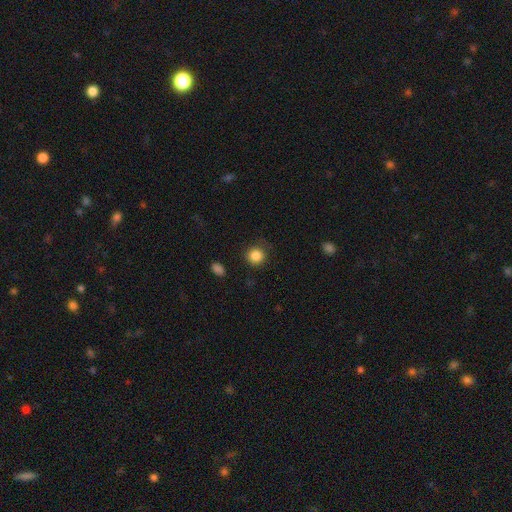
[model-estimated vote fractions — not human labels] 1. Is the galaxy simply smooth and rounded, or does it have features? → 86% smooth, 10% star or artifact, 4% featured or disk.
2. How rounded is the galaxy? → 93% round, 6% in between, 1% cigar-shaped.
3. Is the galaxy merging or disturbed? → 86% none, 9% minor disturbance, 3% major disturbance, 1% merger.